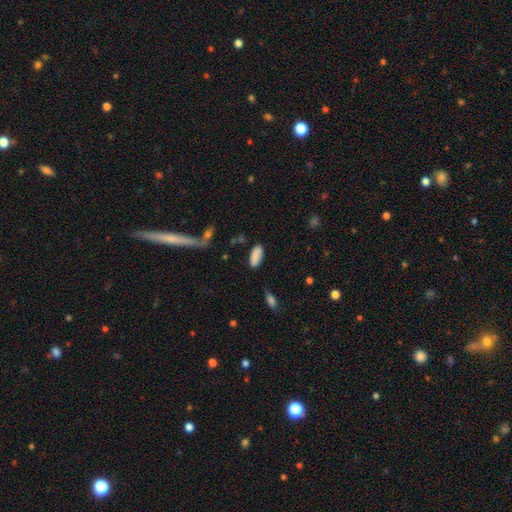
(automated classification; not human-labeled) A smooth galaxy with no disk features (87%) that is in between round and cigar-shaped (85%).

Vote fractions:
- Smooth or featured? smooth: 87% / star or artifact: 7% / featured or disk: 6%
- How rounded? in between: 85% / cigar-shaped: 13% / round: 2%
- Merging? none: 79% / minor disturbance: 14% / major disturbance: 4% / merger: 3%